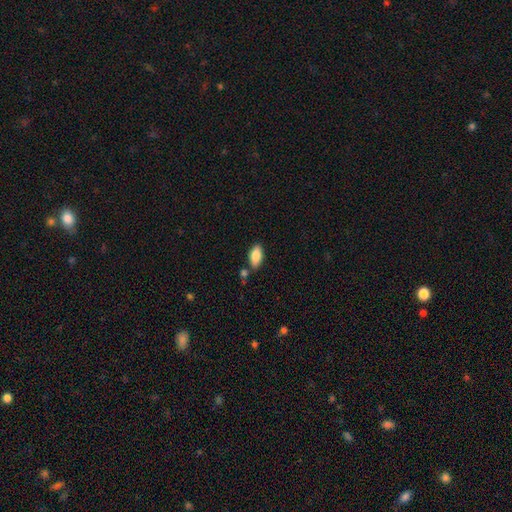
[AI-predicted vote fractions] smooth_or_featured: smooth (p=0.86) [alt: featured or disk p=0.08]
how_rounded: in between (p=0.90) [alt: cigar-shaped p=0.07]
merging: none (p=0.76) [alt: minor disturbance p=0.13]